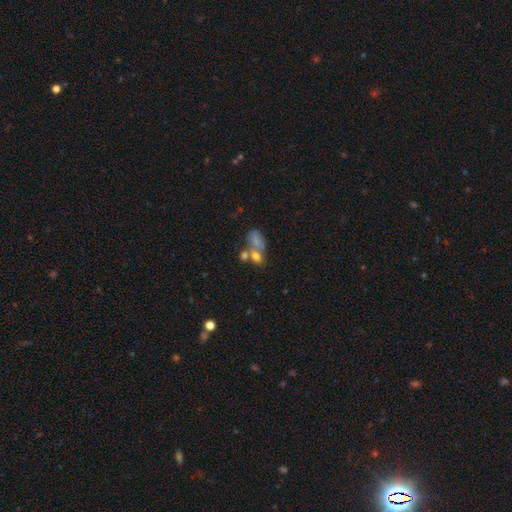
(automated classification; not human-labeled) This is likely a smooth galaxy (65%). How rounded: likely in between (72%). Merging: possibly merger (55%).